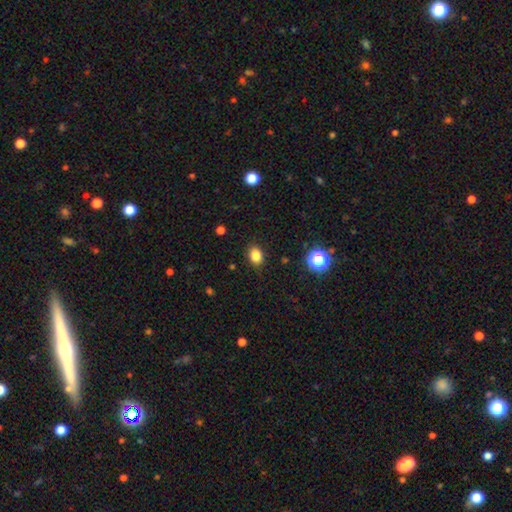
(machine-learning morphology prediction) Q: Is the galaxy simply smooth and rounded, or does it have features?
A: smooth — 83%.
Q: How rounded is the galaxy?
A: in between — 62%.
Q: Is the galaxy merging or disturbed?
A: none — 86%.